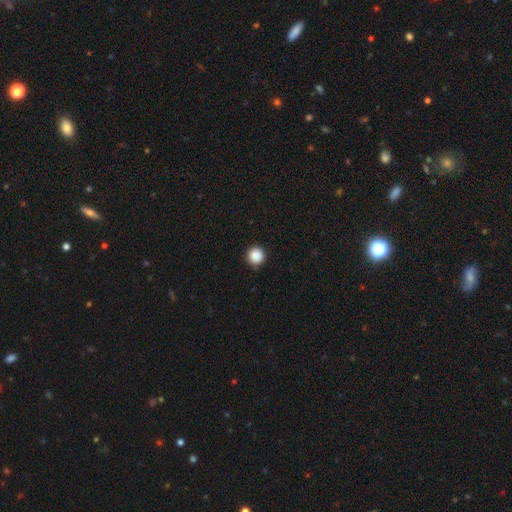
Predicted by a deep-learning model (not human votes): Overall: smooth (88%). How rounded: round (96%). Merging: none (91%).